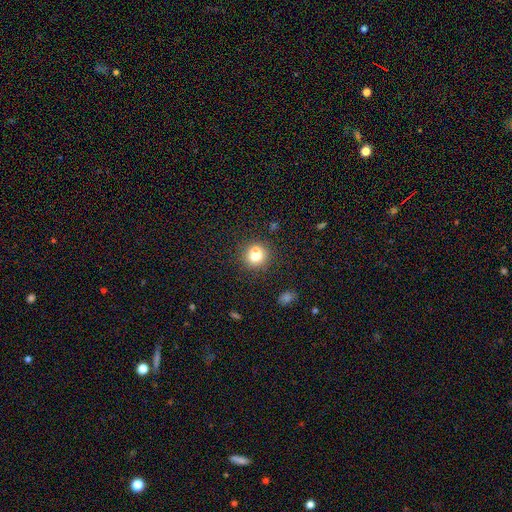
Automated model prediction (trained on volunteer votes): The model was most divided on "merging": none: 57%, merger: 32%, minor disturbance: 8%, major disturbance: 3%. More confident: how rounded — round (89%); smooth or featured — smooth (70%).